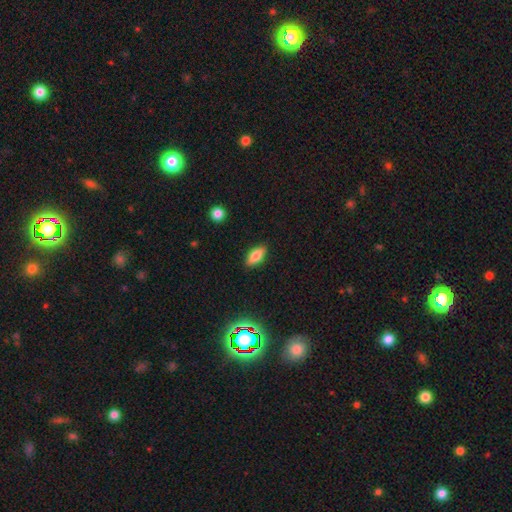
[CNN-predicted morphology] smooth 71%, featured or disk 20%, star or artifact 9%. Down the decision tree: how rounded — in between (80%); merging — none (87%).